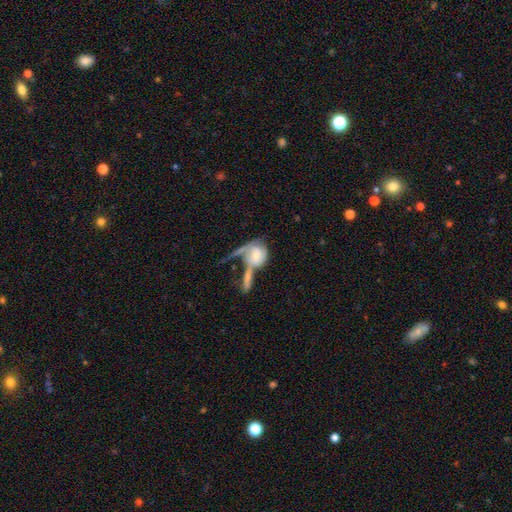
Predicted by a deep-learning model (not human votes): The model was most divided on "smooth or featured": featured or disk: 51%, smooth: 42%, star or artifact: 7%. Remaining: edge-on disk — no (94%); merging — merger (47%).